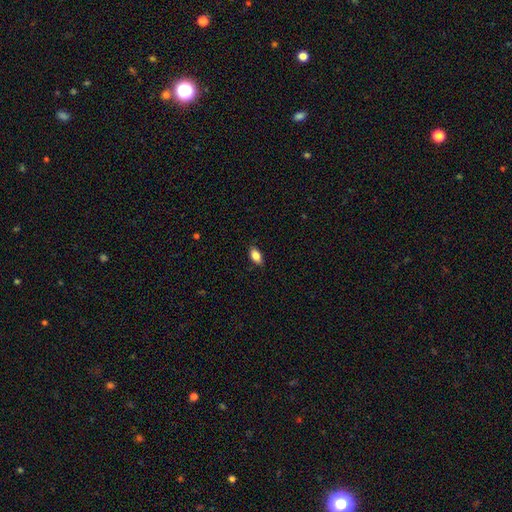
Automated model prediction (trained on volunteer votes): A smooth galaxy with no disk features (85%) that is in between round and cigar-shaped (89%). Merging: none (84%).